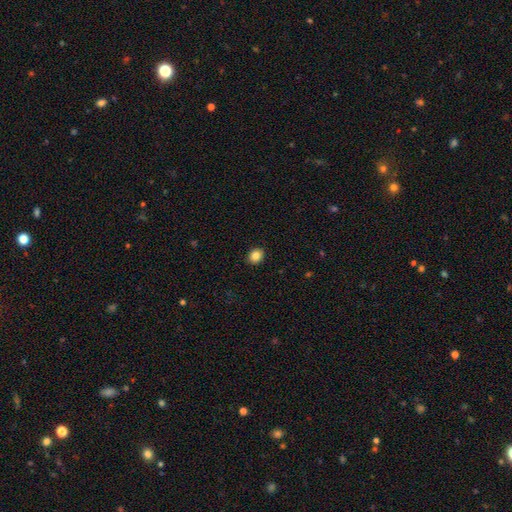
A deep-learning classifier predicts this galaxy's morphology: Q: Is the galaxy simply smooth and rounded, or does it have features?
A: smooth — 85%.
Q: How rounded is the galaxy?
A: round — 64%.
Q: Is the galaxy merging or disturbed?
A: none — 91%.